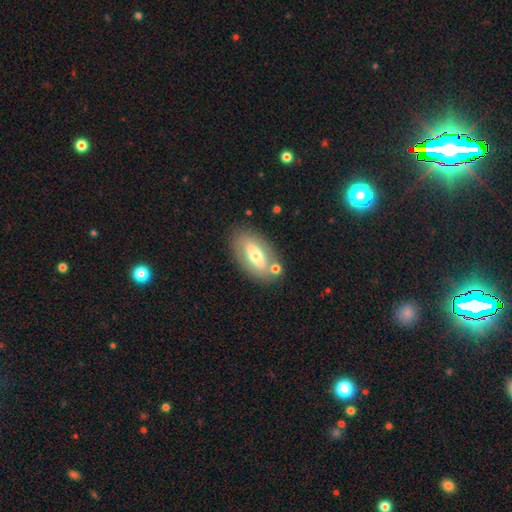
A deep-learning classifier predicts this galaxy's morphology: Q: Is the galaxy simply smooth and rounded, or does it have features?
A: smooth — 52%.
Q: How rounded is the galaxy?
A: in between — 88%.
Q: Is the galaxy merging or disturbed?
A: none — 73%.